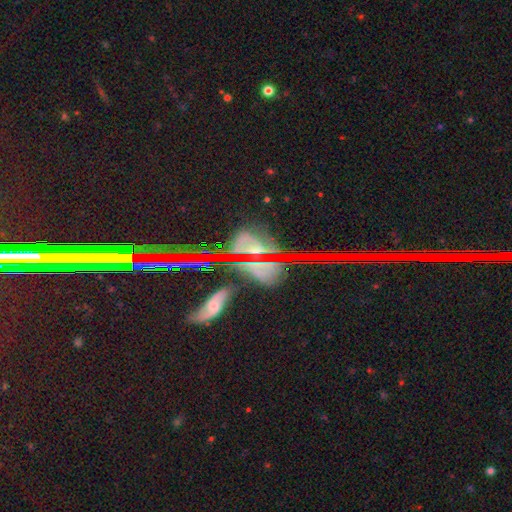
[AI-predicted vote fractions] smooth-or-featured: star or artifact: 76% | featured or disk: 14% | smooth: 10%